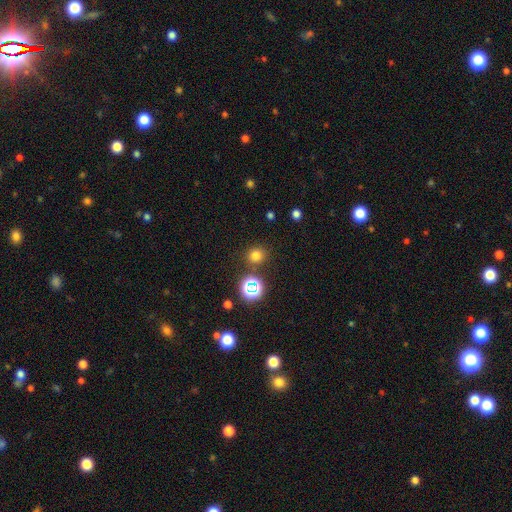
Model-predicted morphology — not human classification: A smooth galaxy with no disk features (72%) that is round (89%).

Vote fractions:
- Smooth or featured? smooth: 72% / star or artifact: 22% / featured or disk: 5%
- How rounded? round: 89% / in between: 10% / cigar-shaped: 1%
- Merging? none: 84% / minor disturbance: 8% / merger: 5% / major disturbance: 3%